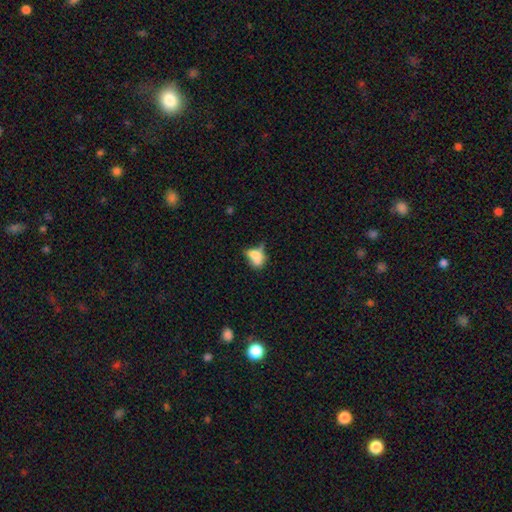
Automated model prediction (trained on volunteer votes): Smooth or featured? smooth (65%)
How rounded? in between (74%)
Merging? none (29%)